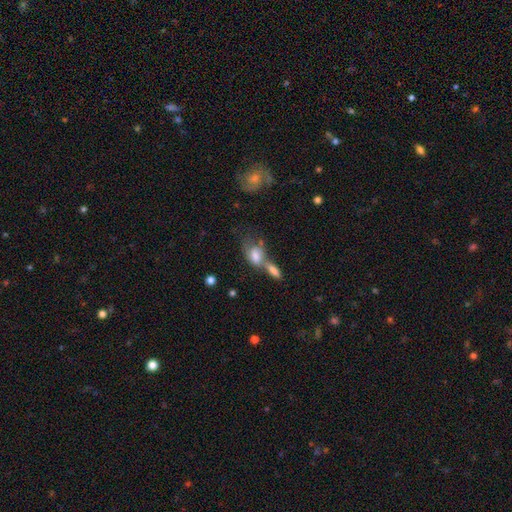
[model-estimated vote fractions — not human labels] Overall: smooth (68%). How rounded: in between (84%). Merging: merger (56%; none 21%).